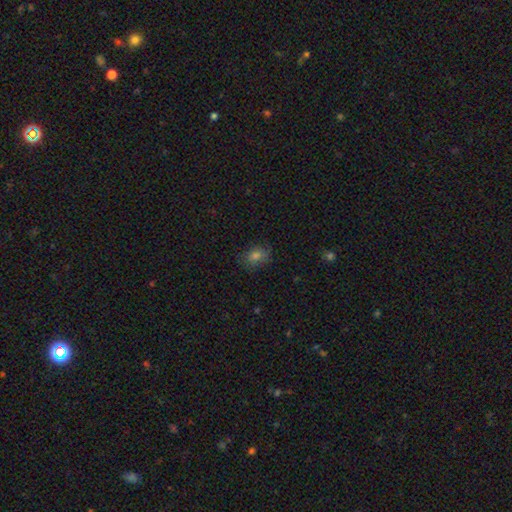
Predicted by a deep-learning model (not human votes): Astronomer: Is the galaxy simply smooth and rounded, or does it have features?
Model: smooth — 70%.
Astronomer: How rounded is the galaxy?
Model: in between — 63%.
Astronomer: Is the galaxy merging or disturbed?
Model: none — 80%.